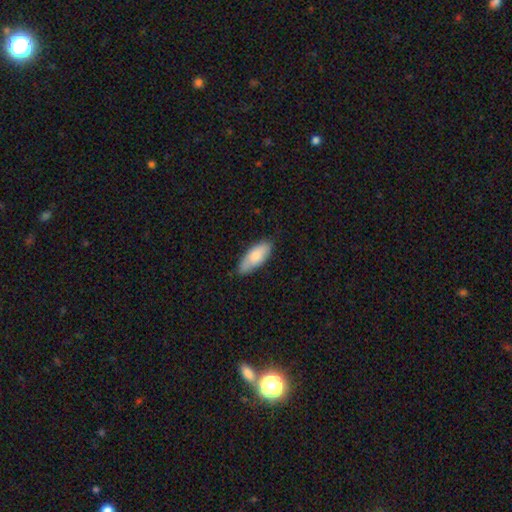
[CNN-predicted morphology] A smooth galaxy with no disk features (79%) that is in between round and cigar-shaped (81%). Merging: none (78%).